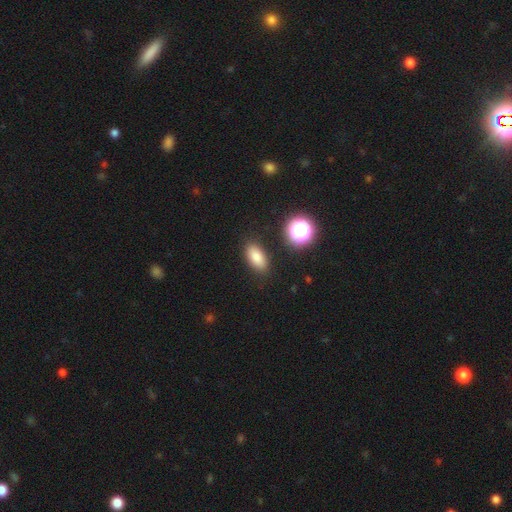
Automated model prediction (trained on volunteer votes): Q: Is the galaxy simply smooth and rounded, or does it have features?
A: smooth — 83%.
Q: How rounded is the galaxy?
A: in between — 86%.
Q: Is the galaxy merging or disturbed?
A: none — 87%.